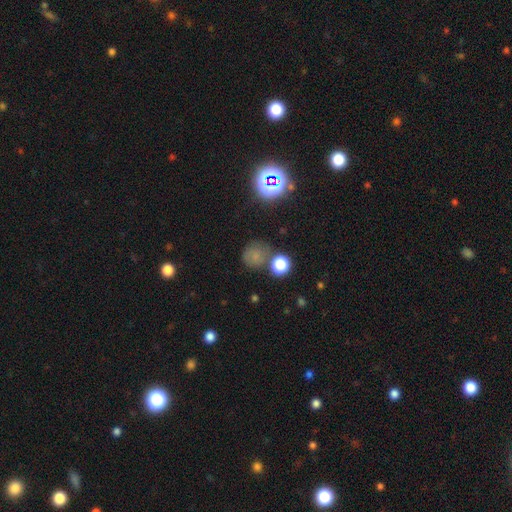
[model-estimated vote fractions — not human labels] Q: Smooth or featured?
A: smooth (65%); runner-up: star or artifact (24%)
Q: How rounded?
A: round (83%); runner-up: in between (16%)
Q: Merging?
A: none (63%); runner-up: minor disturbance (17%)